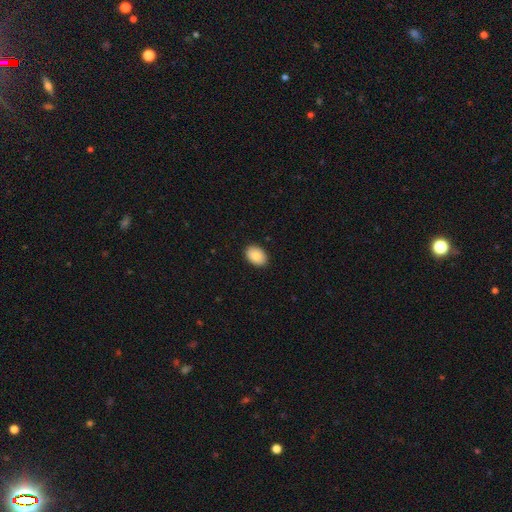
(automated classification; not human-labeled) This is clearly a smooth galaxy (87%). How rounded: clearly in between (84%). Merging: clearly none (89%).